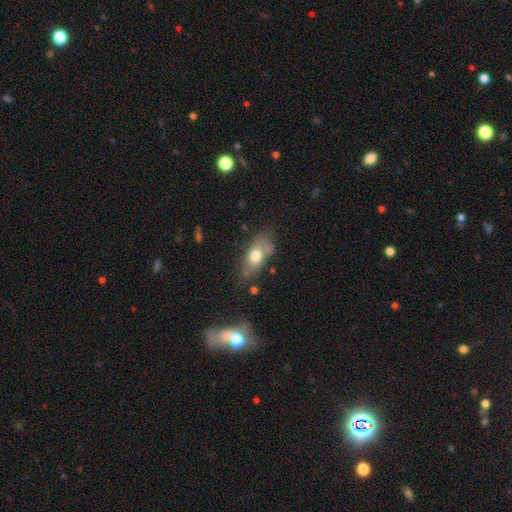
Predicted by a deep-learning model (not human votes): Morphology: type=smooth (67%); roundness=in between (80%); merging=none (54%).